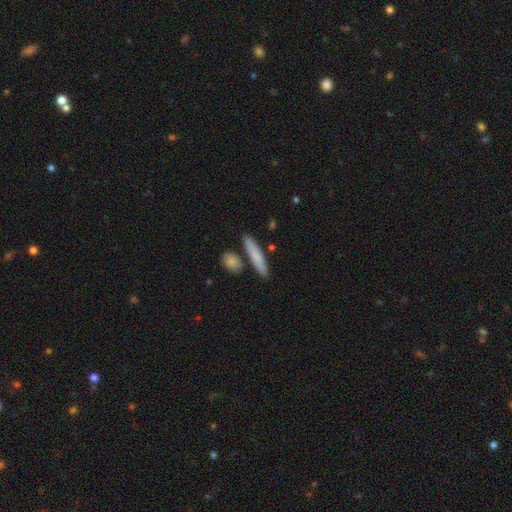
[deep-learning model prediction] Morphology: type=smooth (75%); roundness=cigar-shaped (88%); merging=none (81%).